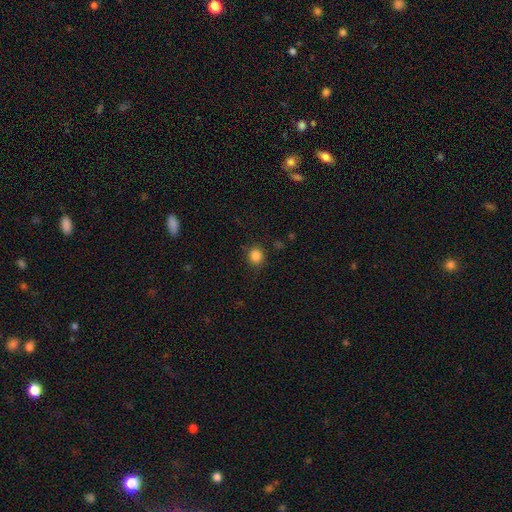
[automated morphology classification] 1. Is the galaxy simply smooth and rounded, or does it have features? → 85% smooth, 11% star or artifact, 4% featured or disk.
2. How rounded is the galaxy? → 81% round, 18% in between, 1% cigar-shaped.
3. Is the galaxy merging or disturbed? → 85% none, 10% minor disturbance, 3% major disturbance, 2% merger.